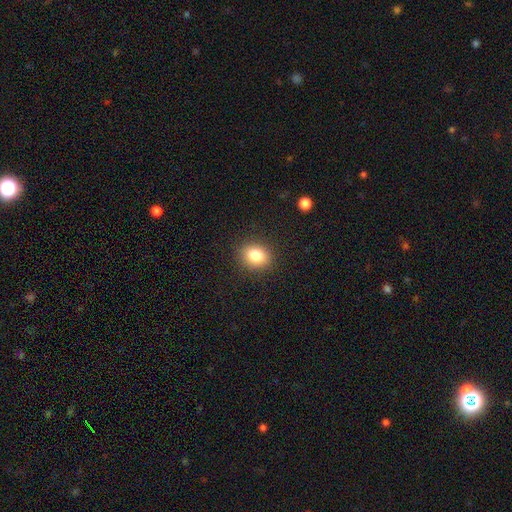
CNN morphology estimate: smooth-or-featured: smooth: 83% | star or artifact: 10% | featured or disk: 7%
  how-rounded: round: 52% | in between: 47% | cigar-shaped: 1%
  merging: none: 89% | minor disturbance: 8% | major disturbance: 2% | merger: 1%